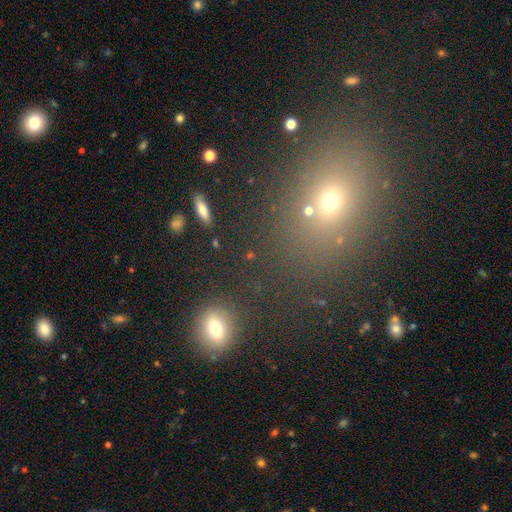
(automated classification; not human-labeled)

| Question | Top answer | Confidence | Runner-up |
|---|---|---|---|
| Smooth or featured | smooth | 50% | star or artifact (37%) |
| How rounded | round | 50% | in between (47%) |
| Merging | none | 76% | merger (10%) |